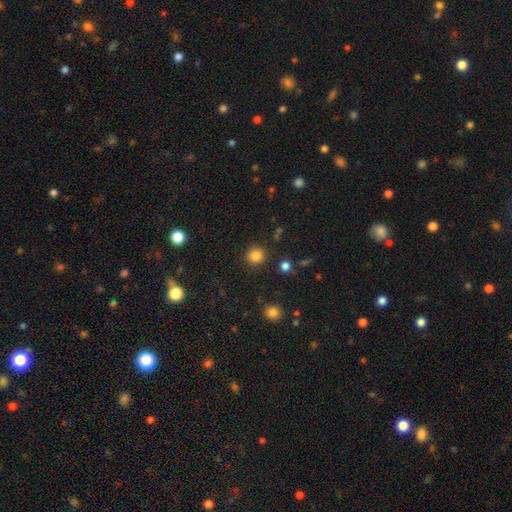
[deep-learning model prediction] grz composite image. It shows a smooth galaxy with no disk features (84%) that is round (91%). Merging: none (89%).